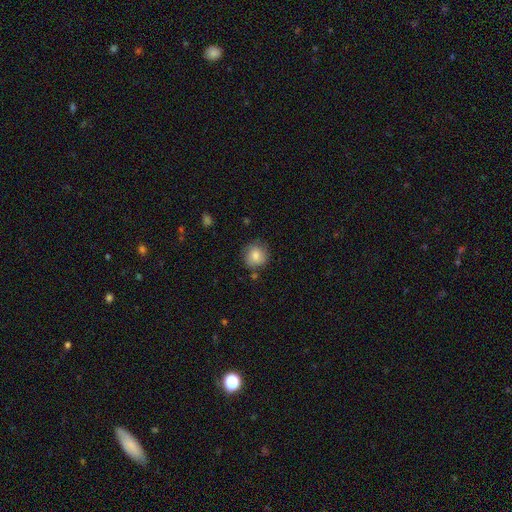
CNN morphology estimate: type=smooth (82%); roundness=round (90%); merging=none (79%).